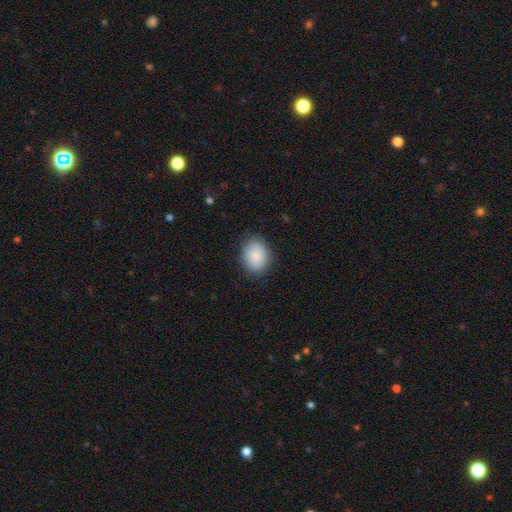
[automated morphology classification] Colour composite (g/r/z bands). It shows a smooth galaxy with no disk features (87%) that is in between round and cigar-shaped (58%). Merging: none (84%).